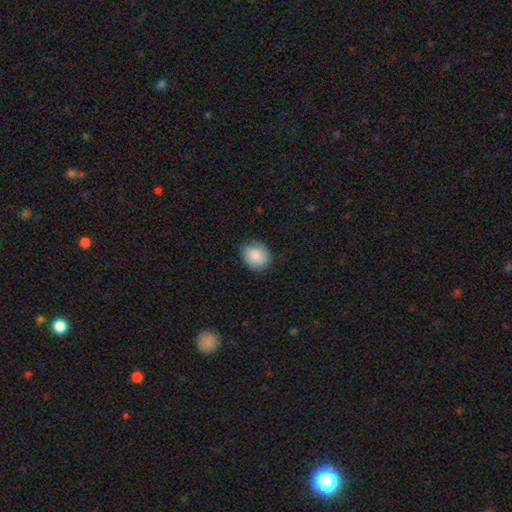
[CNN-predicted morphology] Smooth or featured? Predicted: smooth (p=0.88). How rounded? Predicted: round (p=0.68). Merging? Predicted: none (p=0.83).